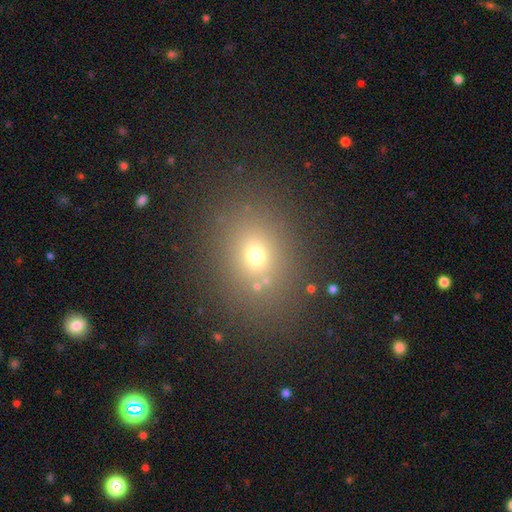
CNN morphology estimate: Overall: smooth (64%). How rounded: in between (50%; round 49%). Merging: none (81%).